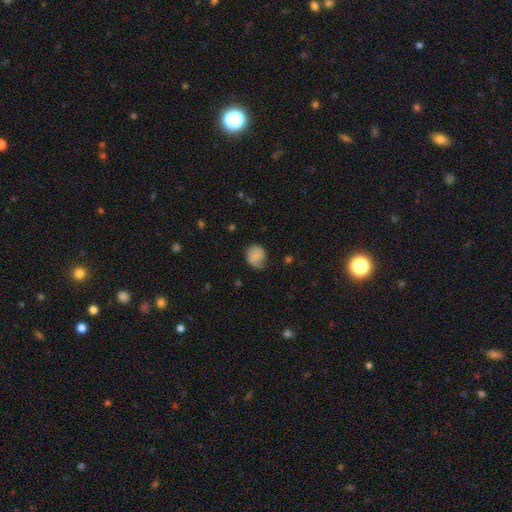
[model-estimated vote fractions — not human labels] A smooth galaxy with no disk features (73%) that is round (63%). Merging: none (56%).